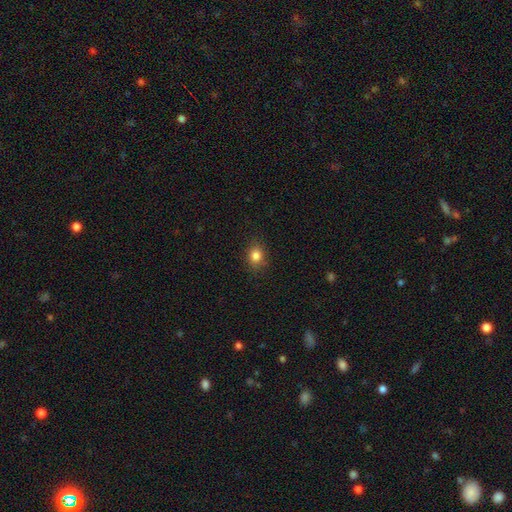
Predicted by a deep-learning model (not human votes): Smooth or featured? smooth (83%)
How rounded? round (62%)
Merging? none (86%)